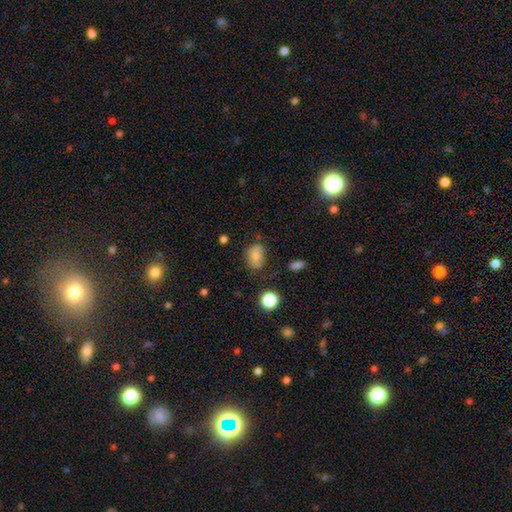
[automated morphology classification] smooth 72%, featured or disk 18%, star or artifact 11%. Down the decision tree: how rounded — in between (66%); merging — none (63%).